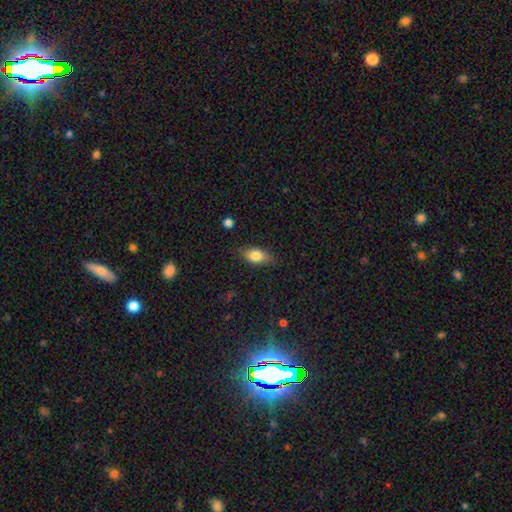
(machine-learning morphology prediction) The model was most divided on "merging": none: 78%, minor disturbance: 18%, major disturbance: 4%, merger: 1%. More confident: how rounded — in between (86%); smooth or featured — smooth (80%).